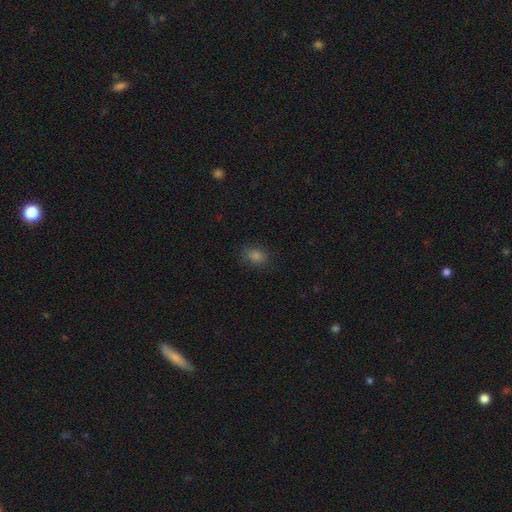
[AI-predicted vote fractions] The model was most divided on "how rounded": in between: 55%, round: 44%, cigar-shaped: 1%. More confident: merging — none (83%); smooth or featured — smooth (73%).